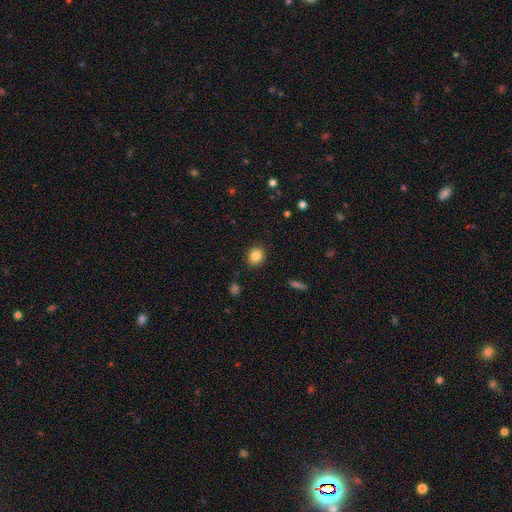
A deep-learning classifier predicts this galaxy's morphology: The model was most divided on "how rounded": round: 75%, in between: 24%, cigar-shaped: 1%. More confident: merging — none (90%); smooth or featured — smooth (85%).